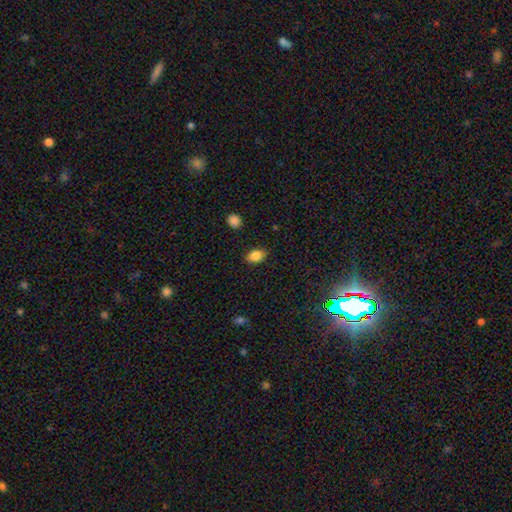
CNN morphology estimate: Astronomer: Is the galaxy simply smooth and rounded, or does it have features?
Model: smooth — 85%.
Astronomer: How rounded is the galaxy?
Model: in between — 78%.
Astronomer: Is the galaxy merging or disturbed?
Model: none — 85%.